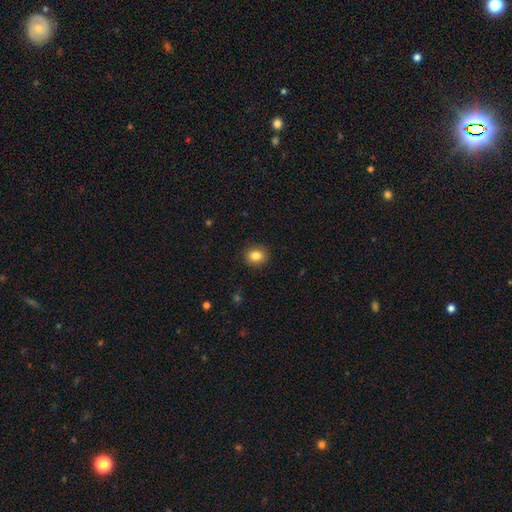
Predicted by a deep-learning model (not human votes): Smooth or featured: smooth — 84% (star or artifact — 10%)
How rounded: round — 71% (in between — 28%)
Merging: none — 90% (minor disturbance — 7%)